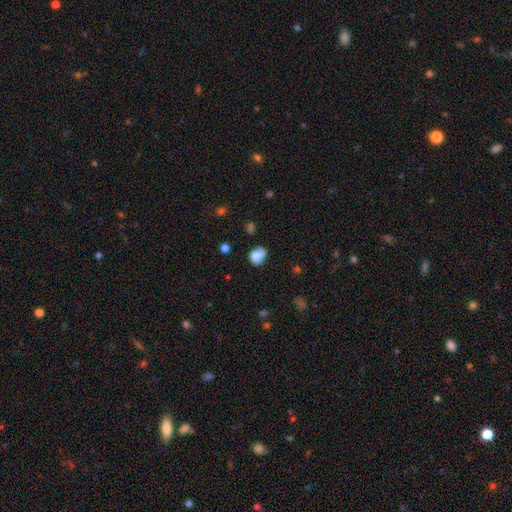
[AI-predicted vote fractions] smooth_or_featured: smooth (p=0.79) [alt: featured or disk p=0.11]
how_rounded: round (p=0.52) [alt: in between p=0.47]
merging: none (p=0.56) [alt: minor disturbance p=0.28]